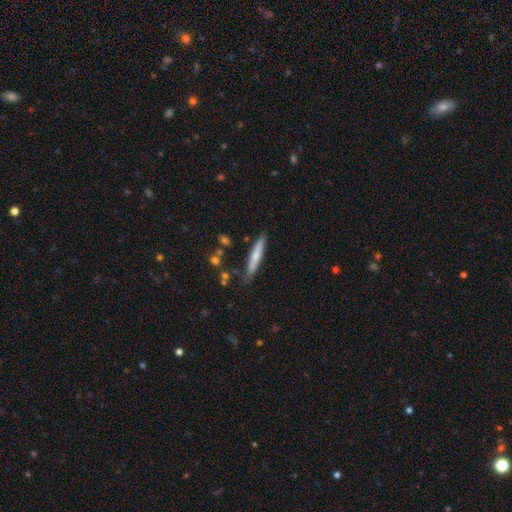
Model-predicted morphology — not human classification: Smooth or featured? Predicted: smooth (p=0.57). How rounded? Predicted: cigar-shaped (p=0.92). Merging? Predicted: none (p=0.81).